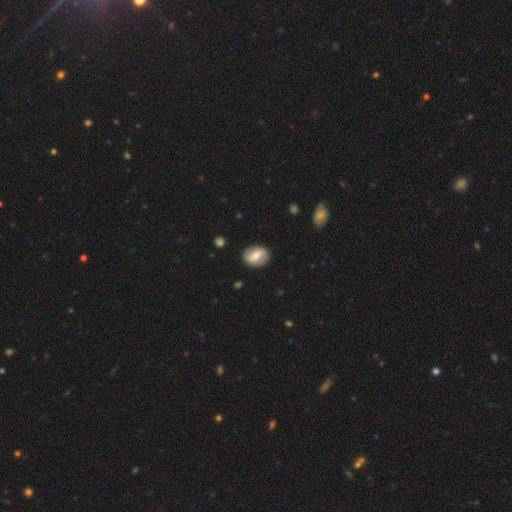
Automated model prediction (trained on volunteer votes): smooth_or_featured: featured or disk (p=0.57) [alt: smooth p=0.36]
disk_edge_on: no (p=0.96) [alt: yes p=0.04]
bar: weak (p=0.40) [alt: strong p=0.35]
has_spiral_arms: yes (p=0.72) [alt: no p=0.28]
bulge_size: moderate (p=0.58) [alt: small p=0.36]
merging: none (p=0.85) [alt: minor disturbance p=0.11]